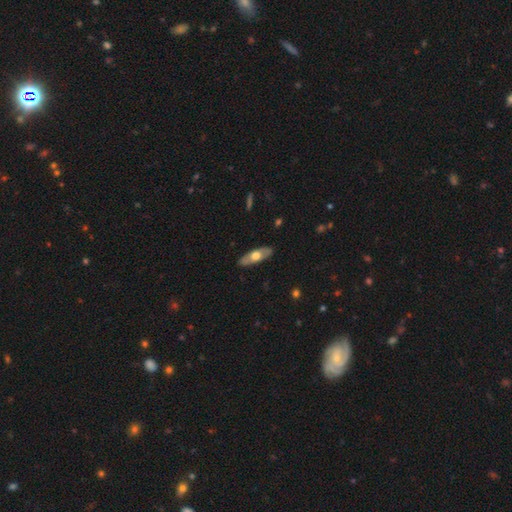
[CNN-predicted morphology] smooth_or_featured: smooth (p=0.50) [alt: featured or disk p=0.45]
how_rounded: in between (p=0.63) [alt: cigar-shaped p=0.34]
merging: none (p=0.87) [alt: minor disturbance p=0.10]